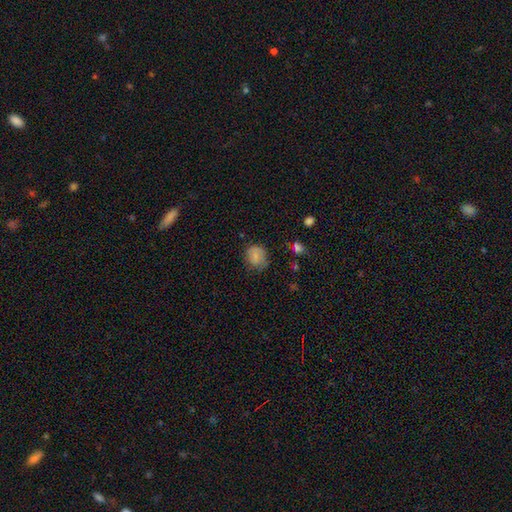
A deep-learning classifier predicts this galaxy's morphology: Overall: smooth (73%). How rounded: round (70%). Merging: none (57%; minor disturbance 30%).